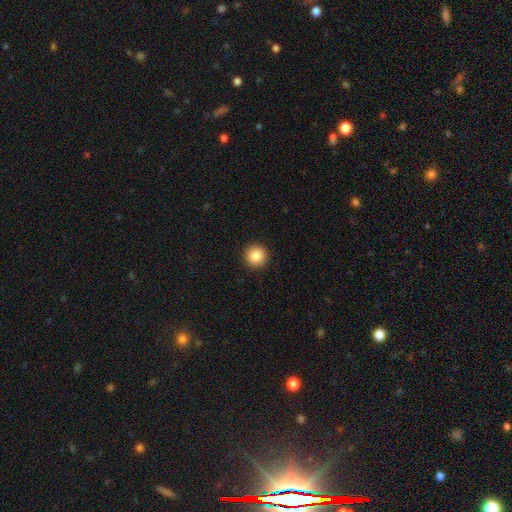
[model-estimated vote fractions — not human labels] A smooth galaxy with no disk features (87%) that is round (95%).

Vote fractions:
- Smooth or featured? smooth: 87% / star or artifact: 9% / featured or disk: 4%
- How rounded? round: 95% / in between: 4% / cigar-shaped: 1%
- Merging? none: 93% / minor disturbance: 4% / major disturbance: 2% / merger: 1%